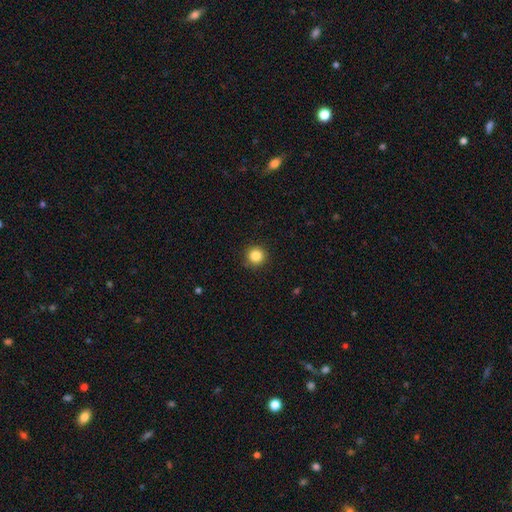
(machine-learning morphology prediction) Smooth or featured? Predicted: smooth (p=0.84). How rounded? Predicted: round (p=0.95). Merging? Predicted: none (p=0.90).